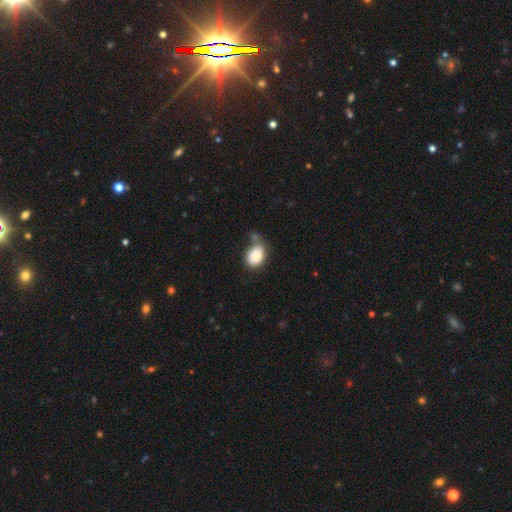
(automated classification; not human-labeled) Smooth or featured?
  - smooth: 86% *
  - star or artifact: 7%
  - featured or disk: 6%
How rounded?
  - in between: 77% *
  - round: 21%
  - cigar-shaped: 1%
Merging?
  - none: 43% *
  - minor disturbance: 28%
  - merger: 17%
  - major disturbance: 12%